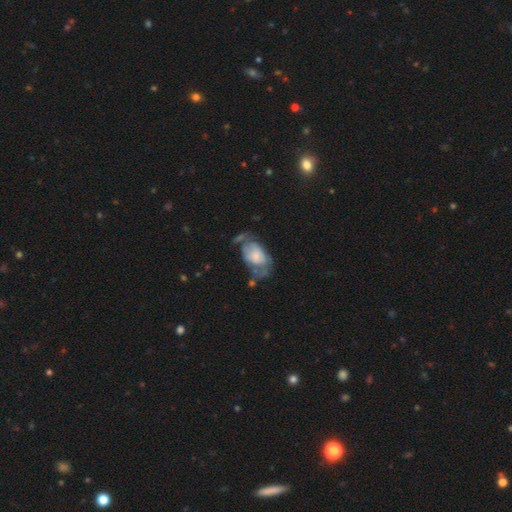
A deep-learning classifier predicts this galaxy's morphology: type=smooth (51%); roundness=in between (88%); merging=major disturbance (33%).